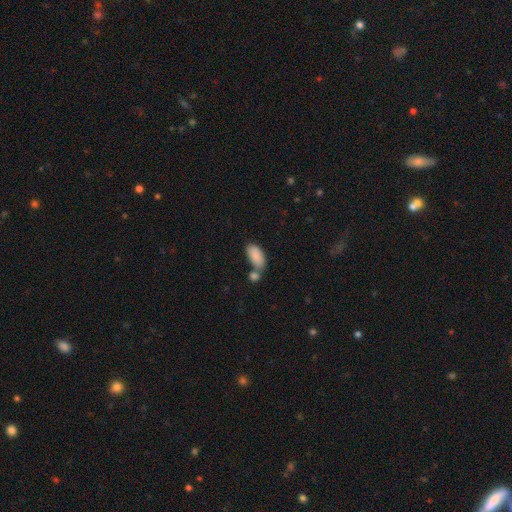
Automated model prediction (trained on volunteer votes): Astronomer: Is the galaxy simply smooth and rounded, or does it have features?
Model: smooth — 86%.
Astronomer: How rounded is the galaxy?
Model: in between — 93%.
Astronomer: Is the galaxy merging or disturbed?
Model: none — 41% (runner-up: merger, 40%).